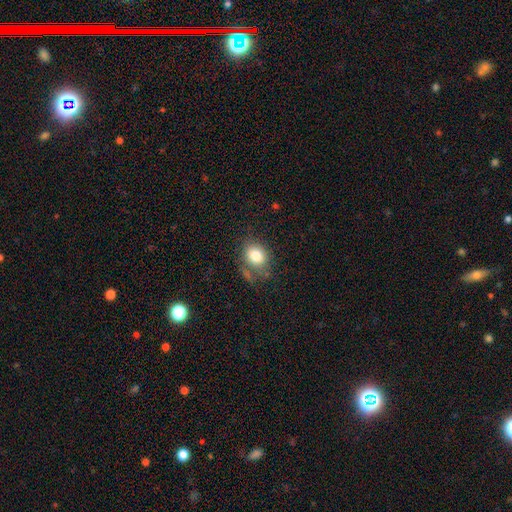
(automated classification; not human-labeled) This is clearly a smooth galaxy (81%). How rounded: possibly round (51%). Merging: likely none (63%).